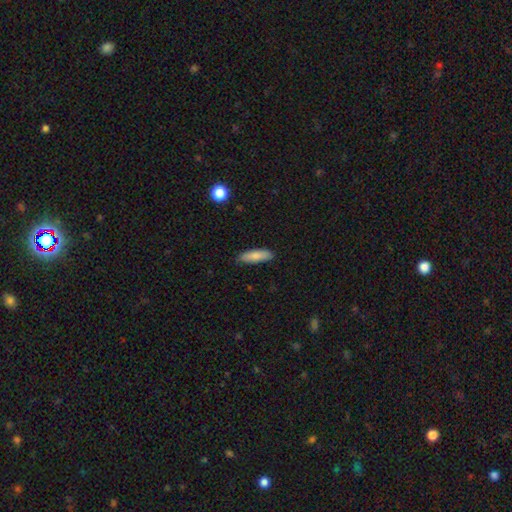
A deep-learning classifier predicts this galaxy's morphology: type=smooth (84%); roundness=cigar-shaped (52%); merging=none (84%).